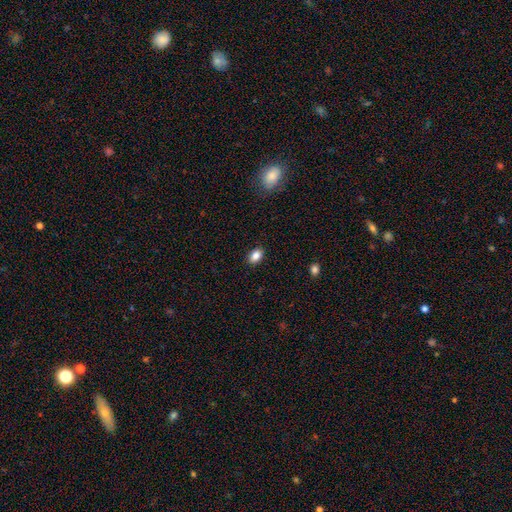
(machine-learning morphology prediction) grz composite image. It shows a smooth galaxy with no disk features (86%) that is in between round and cigar-shaped (85%). Merging: none (89%).